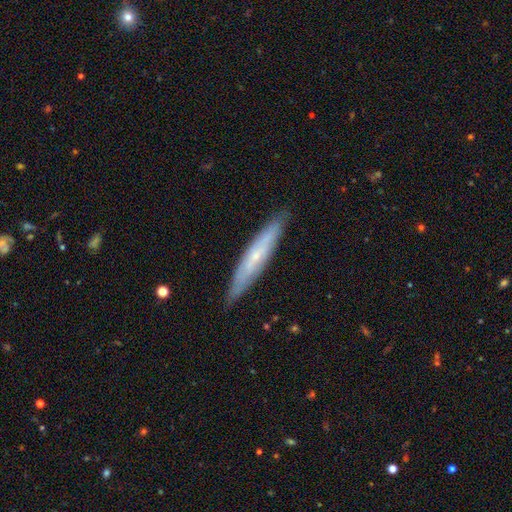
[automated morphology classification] smooth_or_featured: featured or disk (p=0.56) [alt: smooth p=0.38]
disk_edge_on: yes (p=0.74) [alt: no p=0.26]
merging: none (p=0.86) [alt: minor disturbance p=0.11]